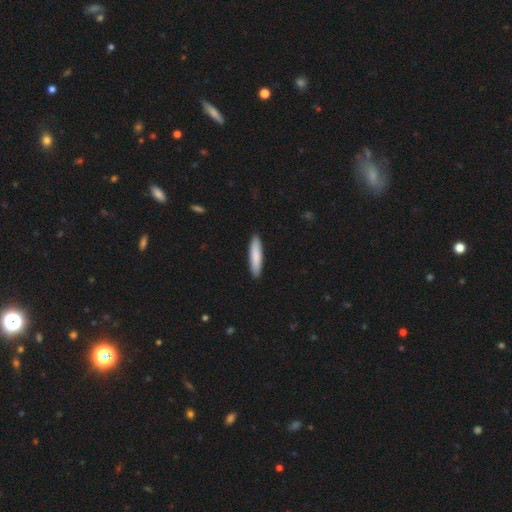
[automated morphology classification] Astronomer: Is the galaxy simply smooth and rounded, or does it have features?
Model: smooth — 85%.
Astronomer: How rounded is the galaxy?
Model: cigar-shaped — 84%.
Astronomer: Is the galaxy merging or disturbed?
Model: none — 91%.